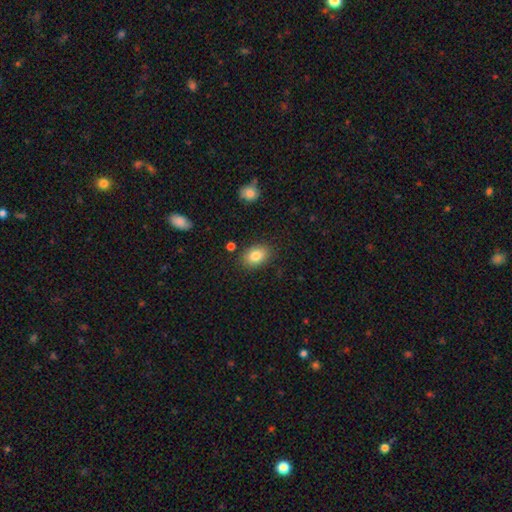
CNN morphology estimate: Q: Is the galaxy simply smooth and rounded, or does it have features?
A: smooth — 83%.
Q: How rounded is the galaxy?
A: in between — 79%.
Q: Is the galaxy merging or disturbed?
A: none — 84%.